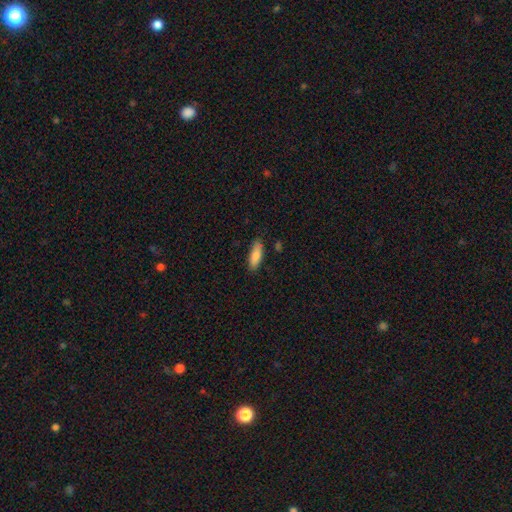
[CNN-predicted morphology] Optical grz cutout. It shows a smooth galaxy with no disk features (85%) that is in between round and cigar-shaped (61%). Merging: none (81%).